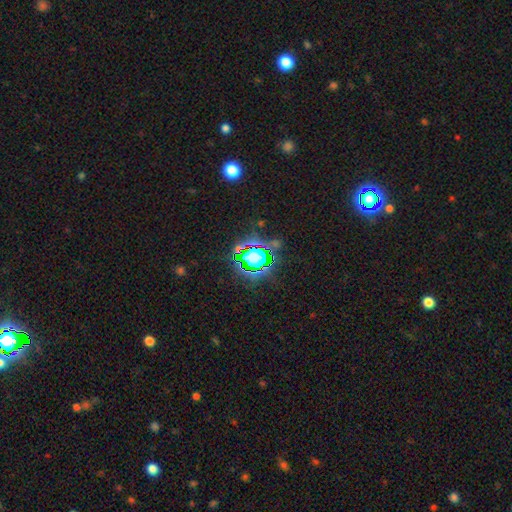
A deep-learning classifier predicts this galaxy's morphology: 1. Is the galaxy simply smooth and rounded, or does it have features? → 68% star or artifact, 21% smooth, 11% featured or disk.